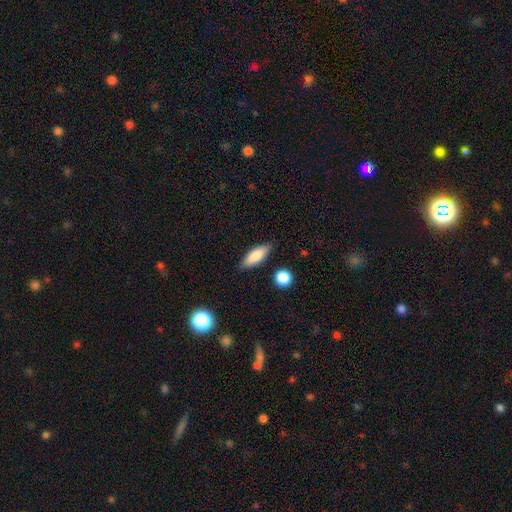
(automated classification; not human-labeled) Smooth or featured?
  - smooth: 79% *
  - featured or disk: 15%
  - star or artifact: 7%
How rounded?
  - in between: 58% *
  - cigar-shaped: 39%
  - round: 3%
Merging?
  - none: 84% *
  - minor disturbance: 11%
  - major disturbance: 3%
  - merger: 2%